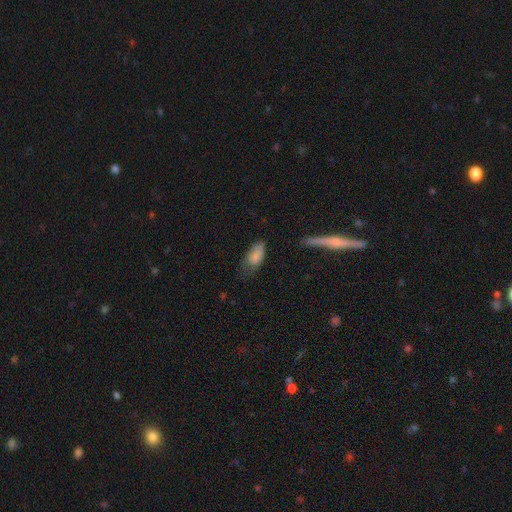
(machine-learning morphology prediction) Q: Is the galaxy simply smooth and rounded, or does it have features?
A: smooth — 82%.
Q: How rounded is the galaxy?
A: in between — 90%.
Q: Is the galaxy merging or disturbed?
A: none — 43%.